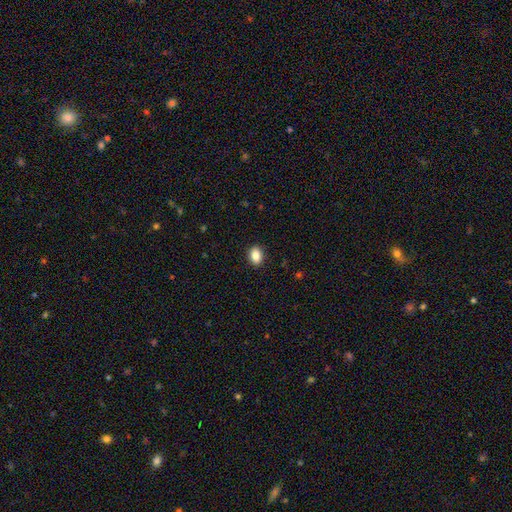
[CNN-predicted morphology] Smooth or featured? smooth (87%)
How rounded? in between (72%)
Merging? none (90%)